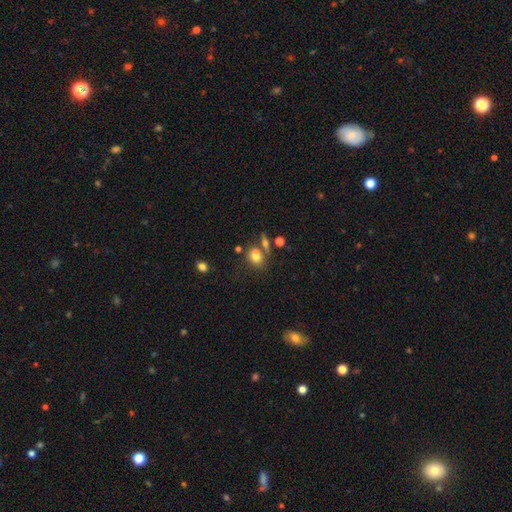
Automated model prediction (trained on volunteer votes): Smooth or featured? Predicted: smooth (p=0.75). How rounded? Predicted: in between (p=0.63). Merging? Predicted: none (p=0.45).